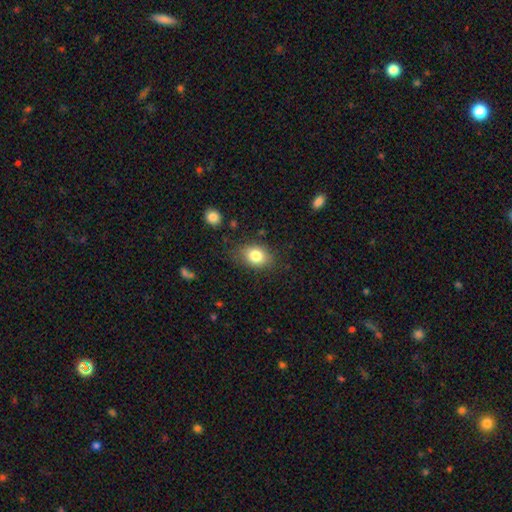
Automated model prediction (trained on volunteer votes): Overall: smooth (82%). How rounded: in between (69%; round 30%). Merging: none (78%).